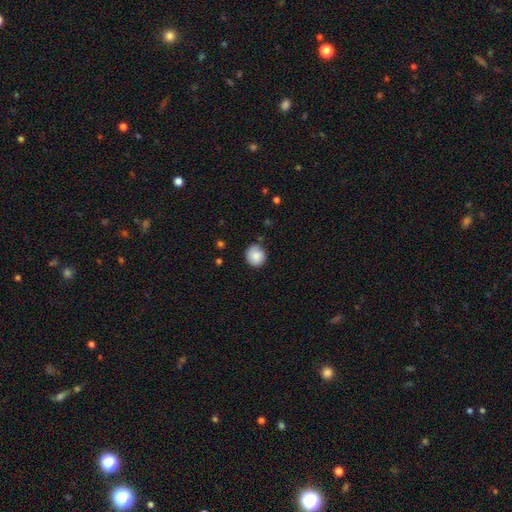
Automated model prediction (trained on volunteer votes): This appears to be a smooth galaxy with no disk features (87%) that is round (87%). Merging: none (81%).